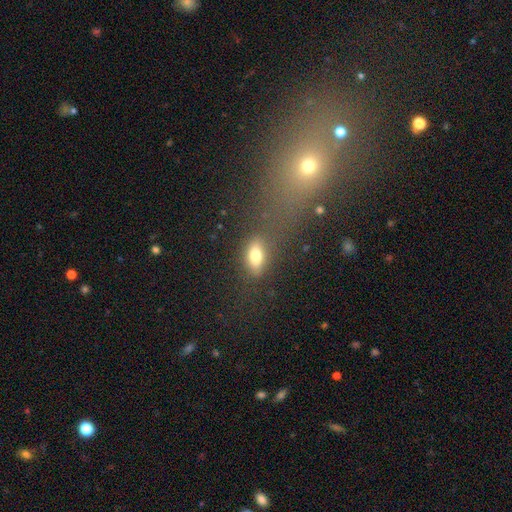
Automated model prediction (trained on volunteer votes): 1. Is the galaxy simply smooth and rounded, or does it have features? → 73% smooth, 16% featured or disk, 12% star or artifact.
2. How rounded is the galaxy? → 76% in between, 12% cigar-shaped, 12% round.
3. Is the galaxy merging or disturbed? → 70% none, 15% minor disturbance, 8% major disturbance, 7% merger.